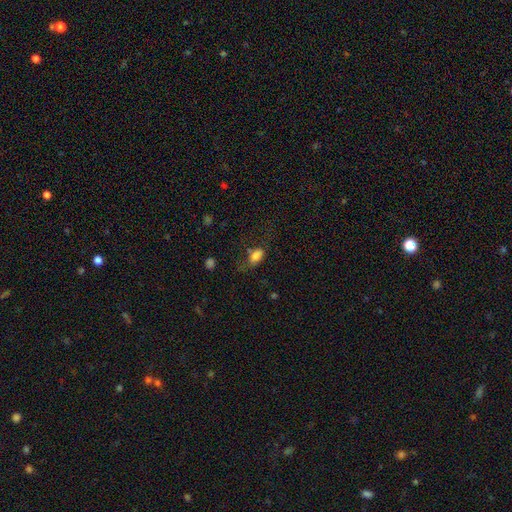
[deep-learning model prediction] smooth 80%, star or artifact 11%, featured or disk 9%. Down the decision tree: how rounded — in between (86%); merging — none (49%).